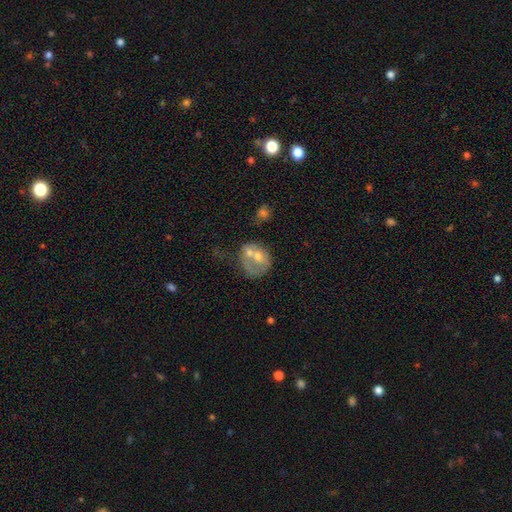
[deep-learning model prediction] smooth-or-featured: smooth: 50% | featured or disk: 42% | star or artifact: 8%
  how-rounded: round: 58% | in between: 41% | cigar-shaped: 1%
  merging: merger: 58% | none: 20% | minor disturbance: 11% | major disturbance: 11%